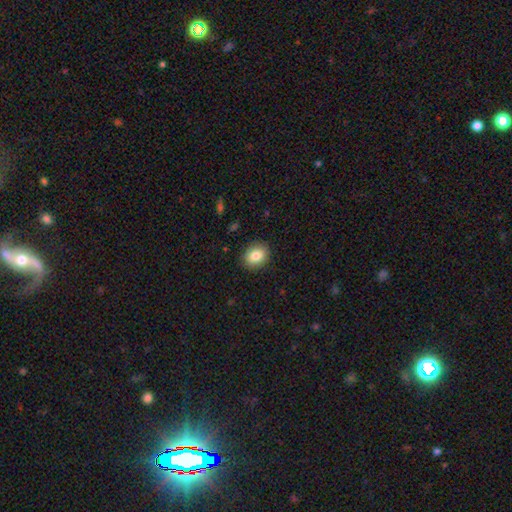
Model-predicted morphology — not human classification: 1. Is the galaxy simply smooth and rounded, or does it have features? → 83% smooth, 8% star or artifact, 8% featured or disk.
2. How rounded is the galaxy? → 54% round, 45% in between, 1% cigar-shaped.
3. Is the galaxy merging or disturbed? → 89% none, 8% minor disturbance, 2% major disturbance, 1% merger.